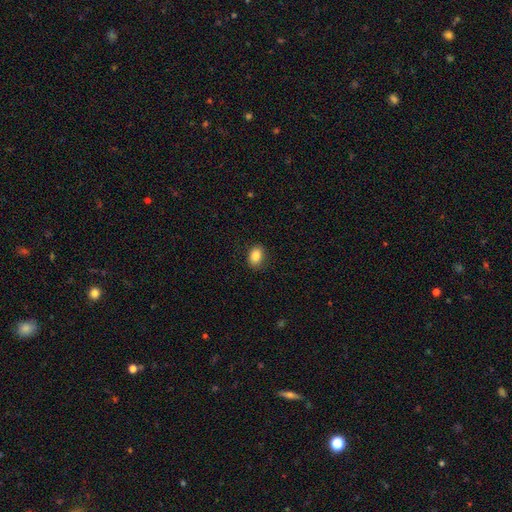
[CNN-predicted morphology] Smooth or featured?
  - smooth: 87% *
  - star or artifact: 9%
  - featured or disk: 5%
How rounded?
  - in between: 77% *
  - round: 22%
  - cigar-shaped: 1%
Merging?
  - none: 87% *
  - minor disturbance: 9%
  - major disturbance: 2%
  - merger: 1%